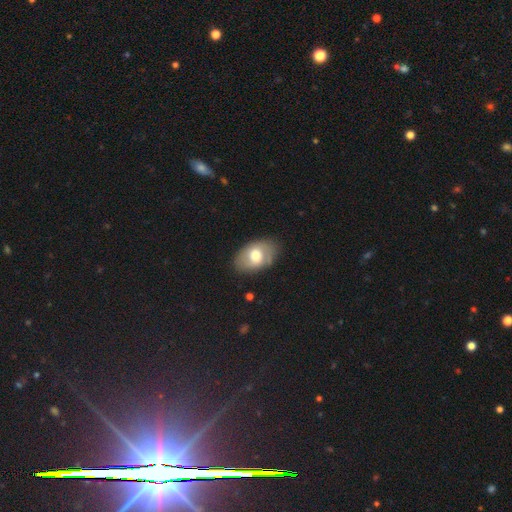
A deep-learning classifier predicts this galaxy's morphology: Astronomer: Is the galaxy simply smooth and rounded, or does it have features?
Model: smooth — 62%.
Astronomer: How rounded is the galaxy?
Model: in between — 87%.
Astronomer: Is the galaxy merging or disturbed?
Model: none — 75%.